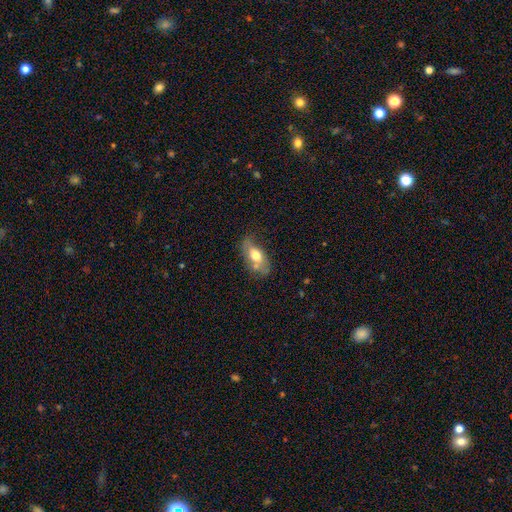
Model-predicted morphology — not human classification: Smooth or featured: smooth — 60% (featured or disk — 33%)
How rounded: in between — 84% (cigar-shaped — 10%)
Merging: none — 47% (minor disturbance — 27%)